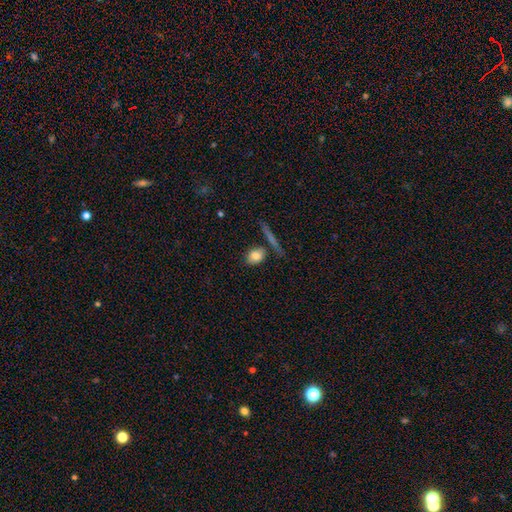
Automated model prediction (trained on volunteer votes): Morphology: type=smooth (80%); roundness=in between (61%); merging=none (69%).